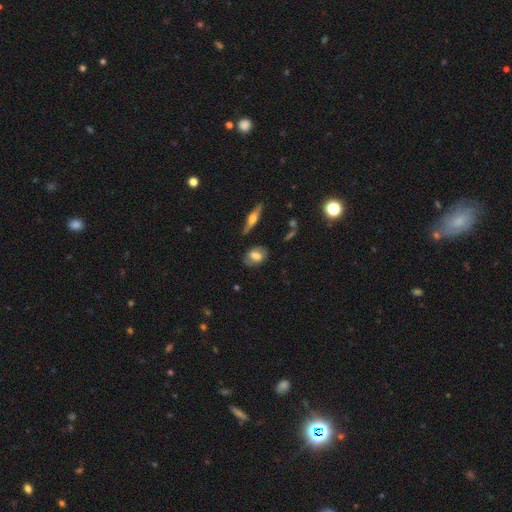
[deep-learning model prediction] A smooth galaxy with no disk features (58%) that is in between round and cigar-shaped (77%).

Vote fractions:
- Smooth or featured? smooth: 58% / featured or disk: 34% / star or artifact: 8%
- How rounded? in between: 77% / round: 19% / cigar-shaped: 3%
- Merging? none: 74% / minor disturbance: 18% / major disturbance: 6% / merger: 3%